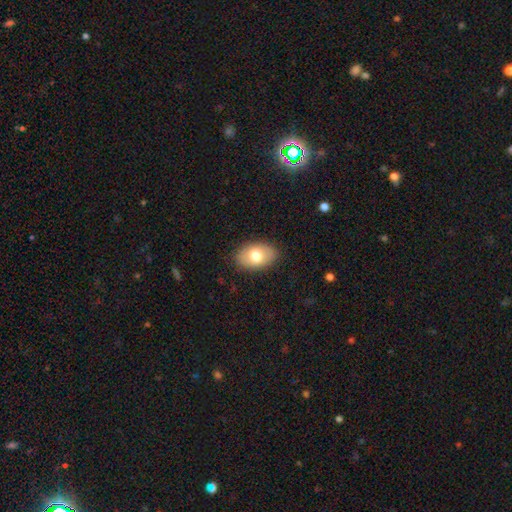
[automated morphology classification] Smooth or featured: smooth — 73% (featured or disk — 20%)
How rounded: in between — 89% (round — 10%)
Merging: none — 86% (minor disturbance — 10%)